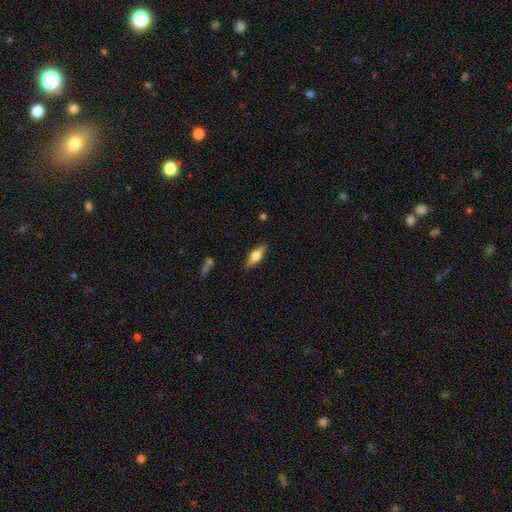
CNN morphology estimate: Smooth or featured?
  - smooth: 61% *
  - featured or disk: 32%
  - star or artifact: 6%
How rounded?
  - in between: 59% *
  - cigar-shaped: 38%
  - round: 3%
Merging?
  - none: 86% *
  - minor disturbance: 11%
  - major disturbance: 2%
  - merger: 2%